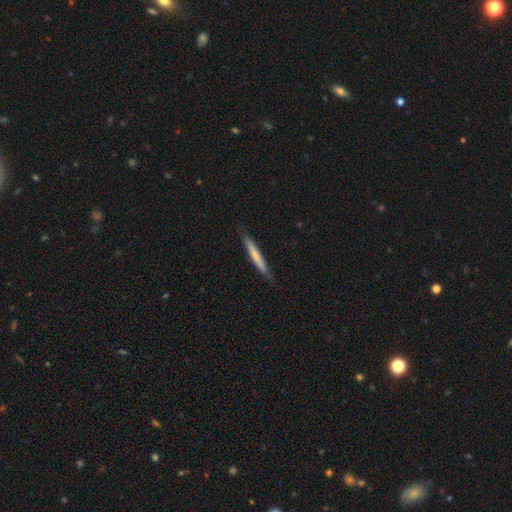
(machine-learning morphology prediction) smooth-or-featured: smooth: 67% | featured or disk: 28% | star or artifact: 5%
  how-rounded: cigar-shaped: 96% | in between: 3% | round: 1%
  merging: none: 86% | minor disturbance: 11% | major disturbance: 2% | merger: 1%